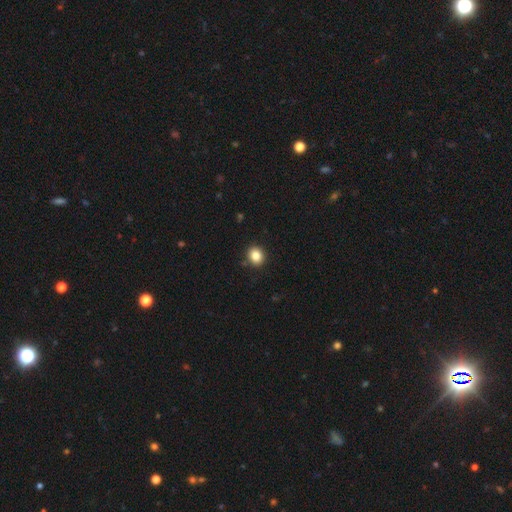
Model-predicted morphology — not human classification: Smooth or featured? smooth (85%)
How rounded? round (75%)
Merging? none (89%)